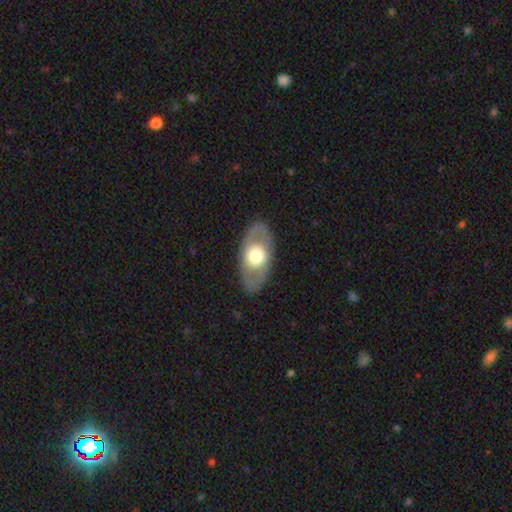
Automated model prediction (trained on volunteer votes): Smooth or featured?
  - featured or disk: 53% *
  - smooth: 42%
  - star or artifact: 5%
Edge-on disk?
  - no: 85% *
  - yes: 15%
Merging?
  - none: 85% *
  - minor disturbance: 10%
  - major disturbance: 4%
  - merger: 1%